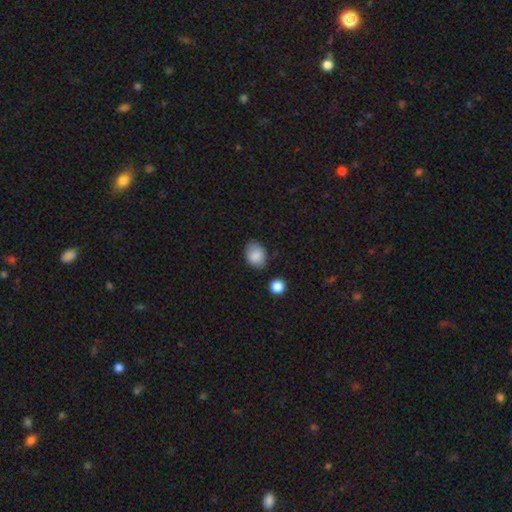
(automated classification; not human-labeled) Smooth or featured? smooth (87%)
How rounded? in between (66%)
Merging? none (74%)